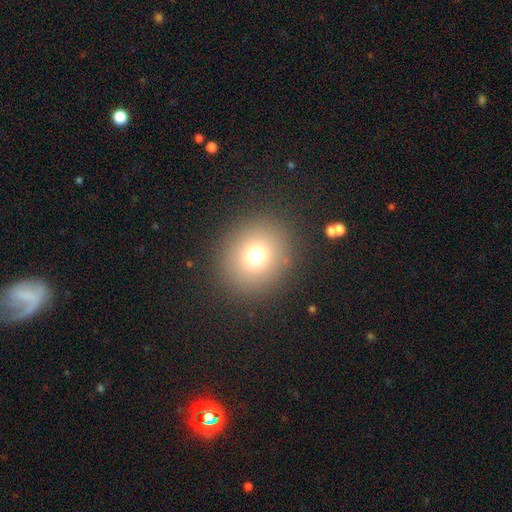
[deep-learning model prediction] Smooth or featured? smooth (73%)
How rounded? round (85%)
Merging? none (89%)